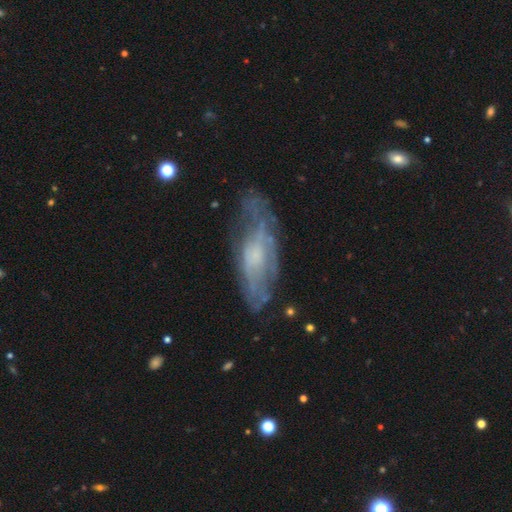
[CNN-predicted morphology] A featured or disk galaxy (65%) with no bar (72%), spiral arms (59%) and a small central bulge (33%). Merging: none (58%).